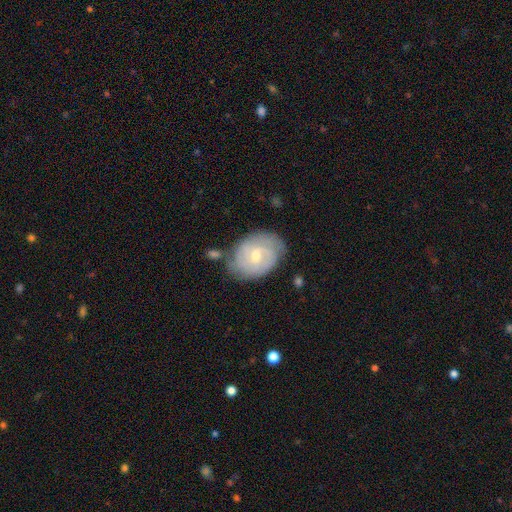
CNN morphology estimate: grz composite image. It shows a featured or disk galaxy (72%) with a weak bar (55%), 2 (36%) tight (65%) spiral arms (91%) and a small central bulge (54%). Merging: none (70%).